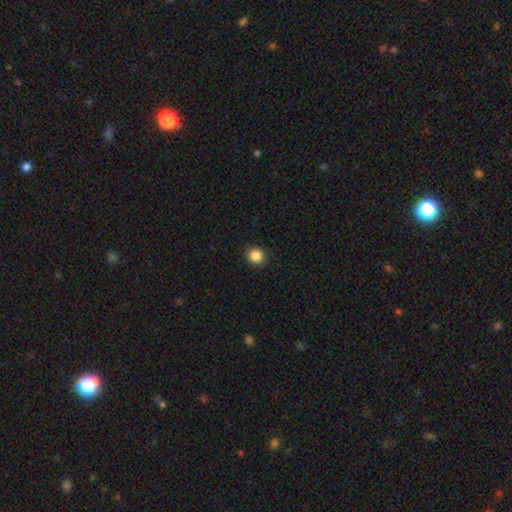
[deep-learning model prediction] smooth_or_featured: smooth (p=0.87) [alt: star or artifact p=0.10]
how_rounded: round (p=0.82) [alt: in between p=0.17]
merging: none (p=0.90) [alt: minor disturbance p=0.07]